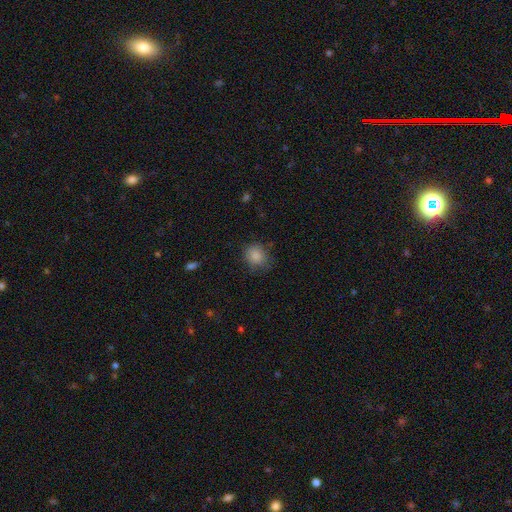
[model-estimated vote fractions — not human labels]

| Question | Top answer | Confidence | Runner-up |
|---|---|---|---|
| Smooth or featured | smooth | 86% | star or artifact (9%) |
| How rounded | round | 73% | in between (27%) |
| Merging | none | 73% | minor disturbance (20%) |